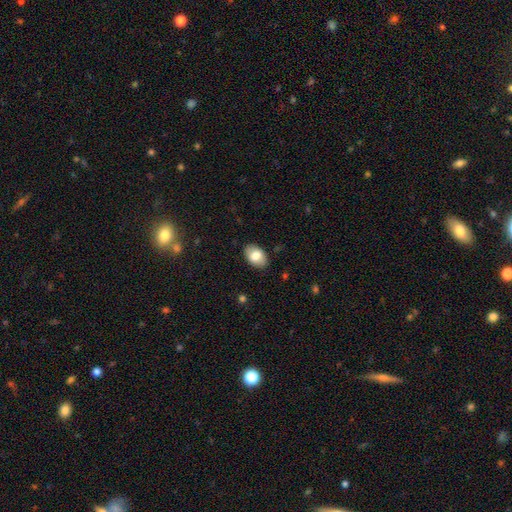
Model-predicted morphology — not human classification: smooth_or_featured: smooth (p=0.78) [alt: featured or disk p=0.15]
how_rounded: in between (p=0.88) [alt: round p=0.11]
merging: none (p=0.87) [alt: minor disturbance p=0.10]